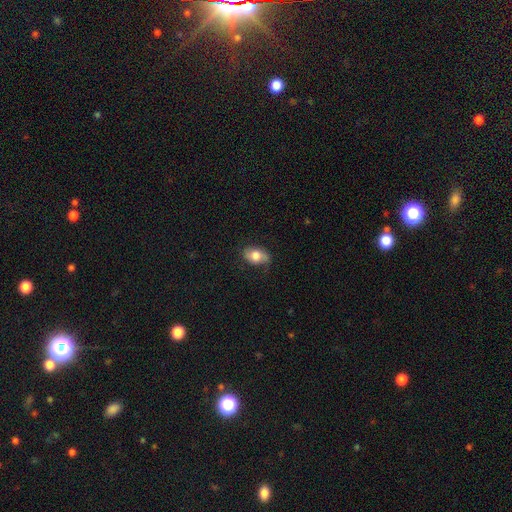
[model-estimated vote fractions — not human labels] A smooth galaxy with no disk features (65%) that is in between round and cigar-shaped (85%).

Vote fractions:
- Smooth or featured? smooth: 65% / featured or disk: 26% / star or artifact: 8%
- How rounded? in between: 85% / round: 13% / cigar-shaped: 2%
- Merging? none: 69% / minor disturbance: 22% / major disturbance: 7% / merger: 1%